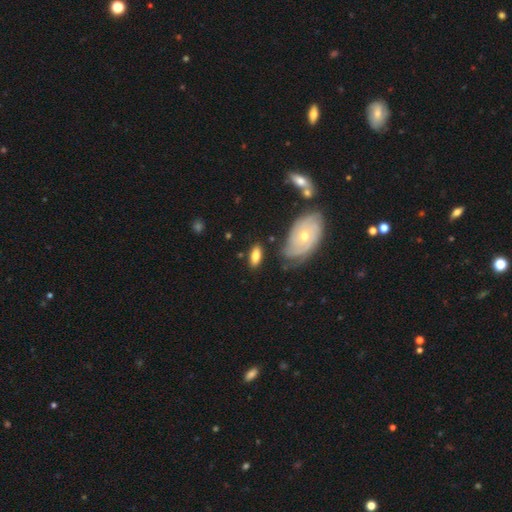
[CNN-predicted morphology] smooth-or-featured: smooth: 70% | featured or disk: 24% | star or artifact: 7%
  how-rounded: in between: 85% | cigar-shaped: 11% | round: 4%
  merging: none: 75% | minor disturbance: 16% | merger: 5% | major disturbance: 4%